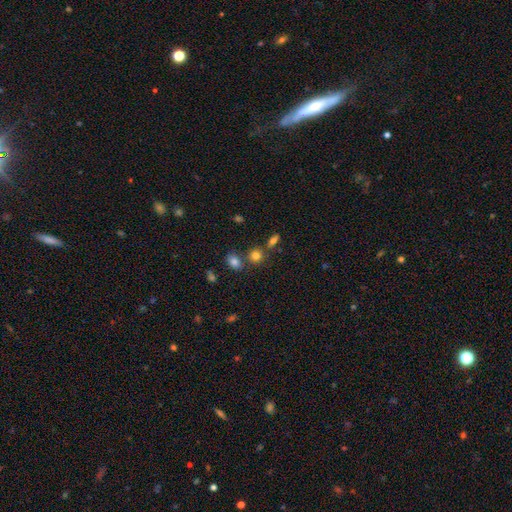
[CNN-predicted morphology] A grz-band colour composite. It shows a smooth galaxy with no disk features (79%) that is round (71%). Merging: none (66%).